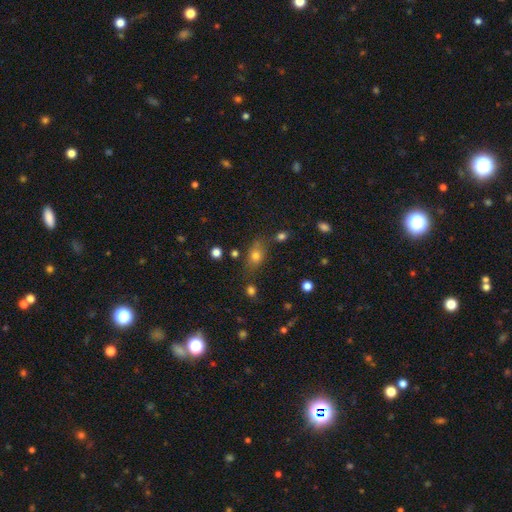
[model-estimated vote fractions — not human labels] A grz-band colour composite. It shows a smooth galaxy with no disk features (72%) that is in between round and cigar-shaped (70%). Merging: none (69%).